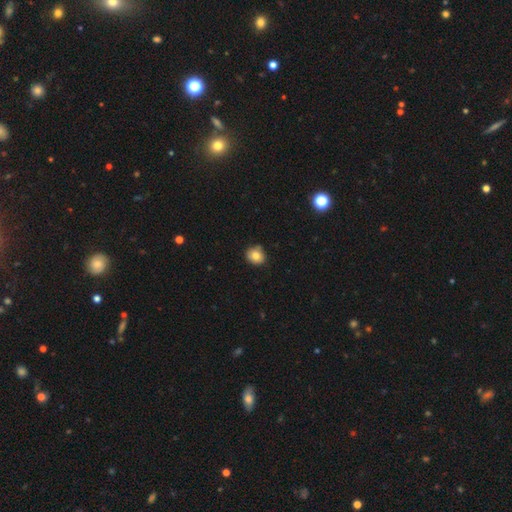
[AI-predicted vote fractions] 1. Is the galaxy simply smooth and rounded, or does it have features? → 81% smooth, 10% star or artifact, 9% featured or disk.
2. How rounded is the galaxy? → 76% round, 23% in between, 1% cigar-shaped.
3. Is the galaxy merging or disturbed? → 83% none, 13% minor disturbance, 2% major disturbance, 2% merger.